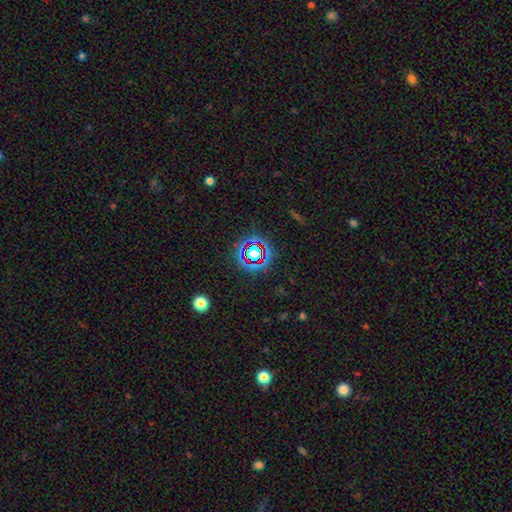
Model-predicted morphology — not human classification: Overall: star or artifact (68%).